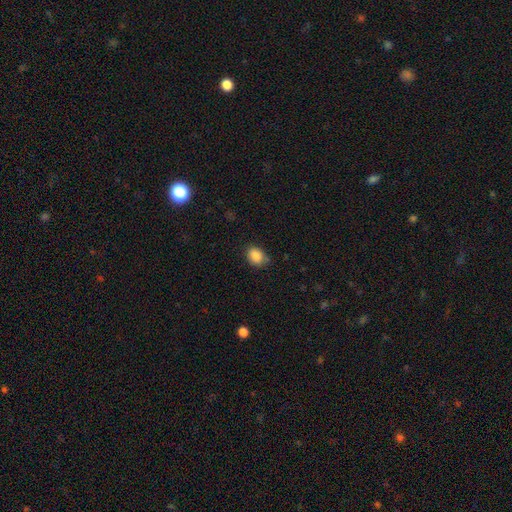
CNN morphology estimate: Overall: smooth (87%). How rounded: in between (64%; round 35%). Merging: none (75%).